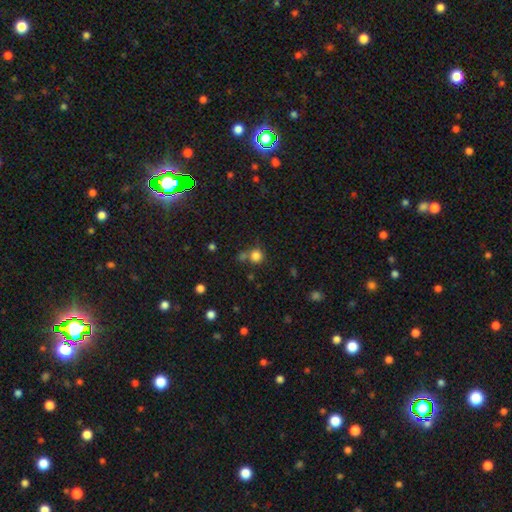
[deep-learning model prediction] Q: Smooth or featured?
A: smooth (81%); runner-up: star or artifact (14%)
Q: How rounded?
A: round (91%); runner-up: in between (8%)
Q: Merging?
A: none (63%); runner-up: merger (22%)